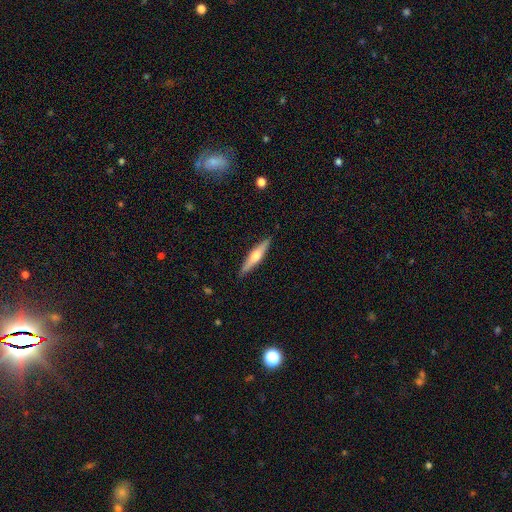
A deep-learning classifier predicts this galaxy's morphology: This appears to be a featured or disk galaxy (53%) viewed edge-on (95%) with a rounded central bulge (91%). Merging: none (90%).